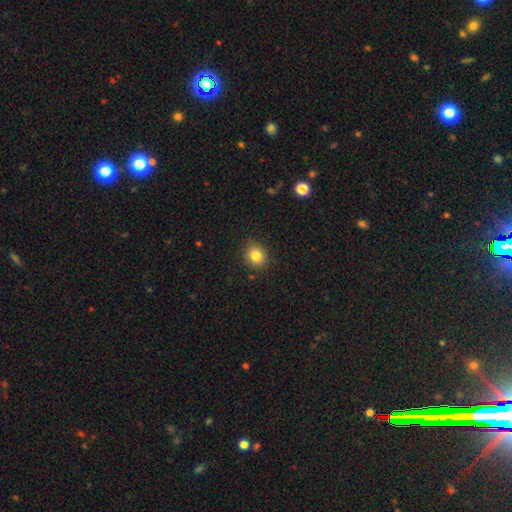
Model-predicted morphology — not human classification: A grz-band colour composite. It shows a smooth galaxy with no disk features (83%) that is round (71%). Merging: none (87%).